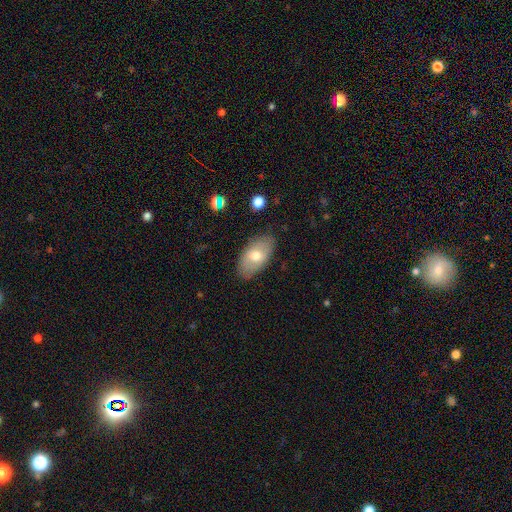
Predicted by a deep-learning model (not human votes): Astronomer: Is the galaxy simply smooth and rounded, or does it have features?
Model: smooth — 65%.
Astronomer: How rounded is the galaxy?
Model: in between — 93%.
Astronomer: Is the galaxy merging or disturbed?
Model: none — 81%.